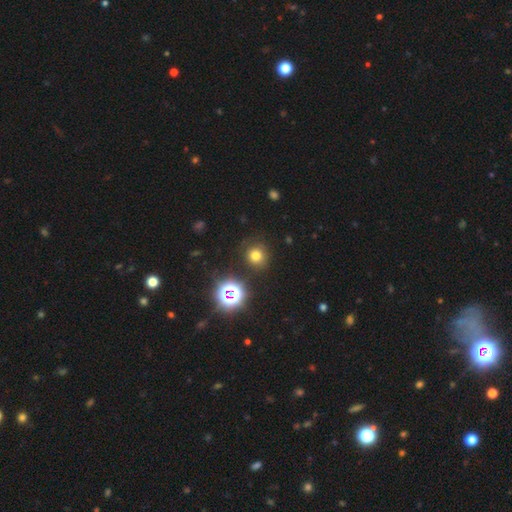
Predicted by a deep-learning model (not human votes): Smooth or featured?
  - smooth: 71% *
  - star or artifact: 22%
  - featured or disk: 7%
How rounded?
  - round: 91% *
  - in between: 8%
  - cigar-shaped: 1%
Merging?
  - none: 85% *
  - minor disturbance: 9%
  - major disturbance: 4%
  - merger: 2%